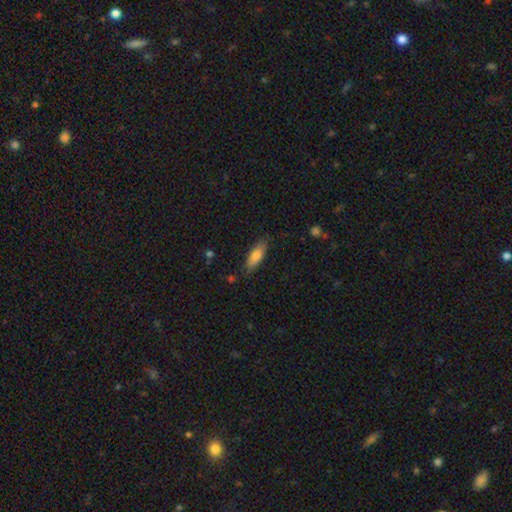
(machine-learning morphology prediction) A smooth galaxy with no disk features (76%) that is in between round and cigar-shaped (56%). Merging: none (80%).